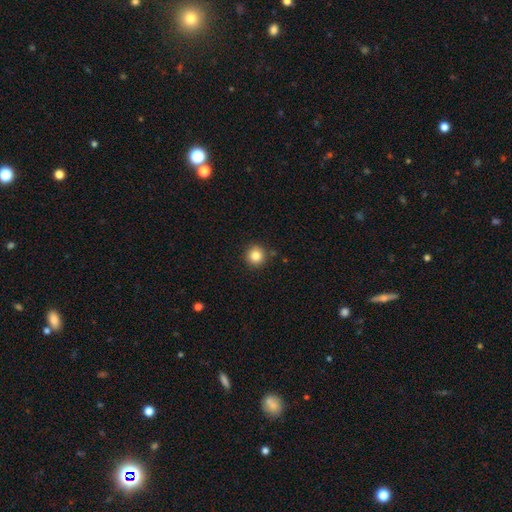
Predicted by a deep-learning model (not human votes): This appears to be a smooth galaxy with no disk features (84%) that is round (94%). Merging: none (89%).